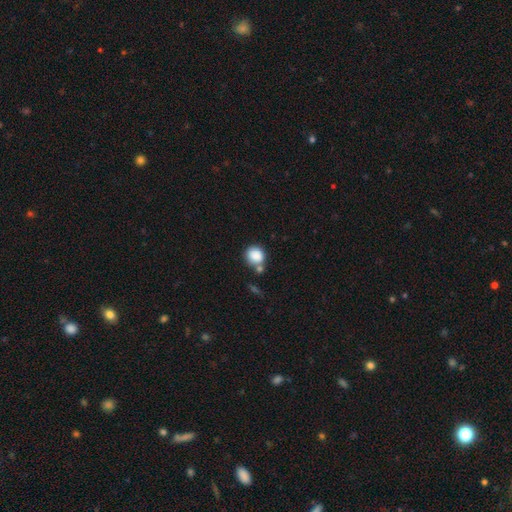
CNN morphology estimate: Smooth or featured? smooth (85%)
How rounded? round (83%)
Merging? none (58%)